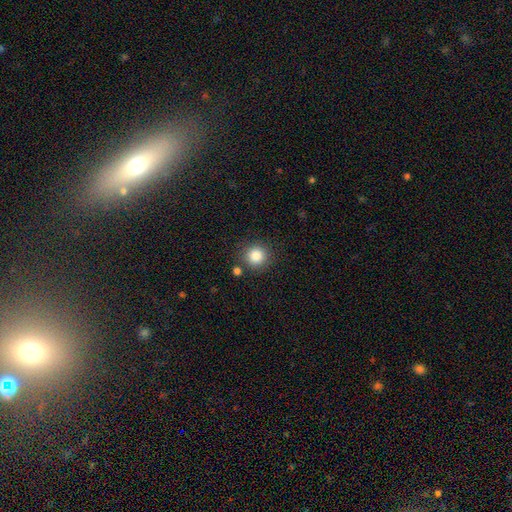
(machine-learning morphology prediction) smooth-or-featured: smooth: 85% | star or artifact: 10% | featured or disk: 4%
  how-rounded: round: 93% | in between: 6% | cigar-shaped: 1%
  merging: none: 83% | minor disturbance: 8% | merger: 5% | major disturbance: 3%